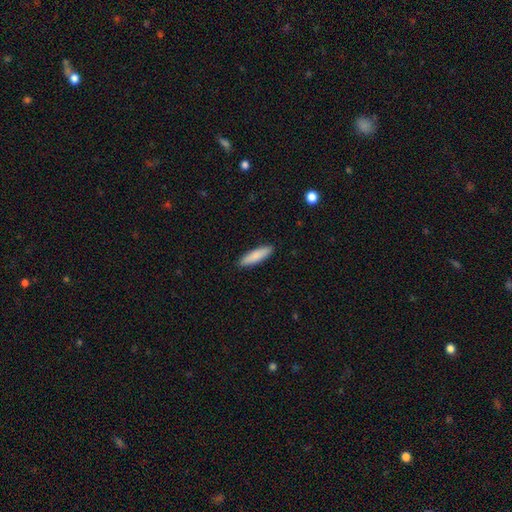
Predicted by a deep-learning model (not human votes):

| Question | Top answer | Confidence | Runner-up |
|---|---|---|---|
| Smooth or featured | smooth | 86% | featured or disk (9%) |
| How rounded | cigar-shaped | 66% | in between (33%) |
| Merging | none | 90% | minor disturbance (7%) |